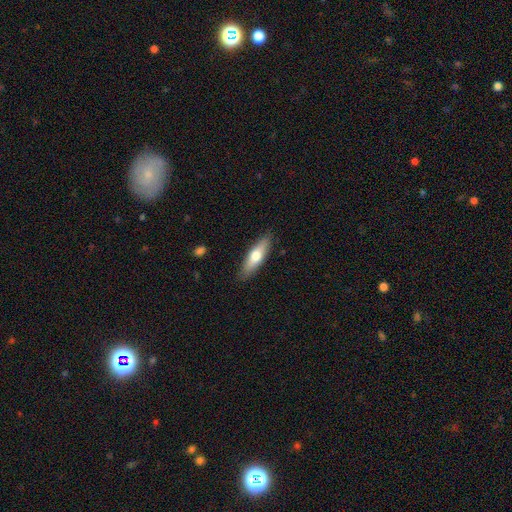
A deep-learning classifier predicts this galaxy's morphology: smooth 65%, featured or disk 29%, star or artifact 6%. Down the decision tree: how rounded — cigar-shaped (54%); merging — none (86%).